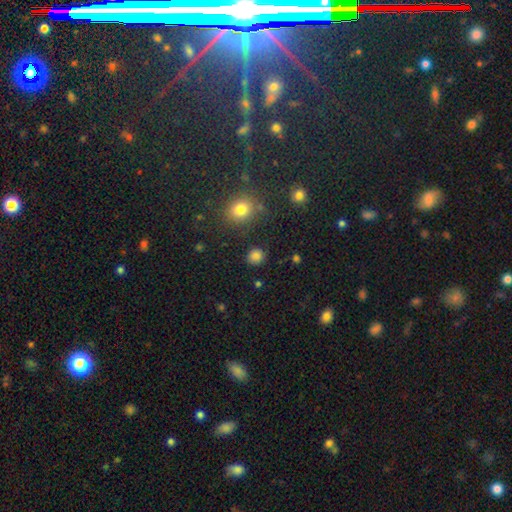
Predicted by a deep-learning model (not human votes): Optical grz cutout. It shows a smooth galaxy with no disk features (82%) that is round (84%). Merging: none (86%).